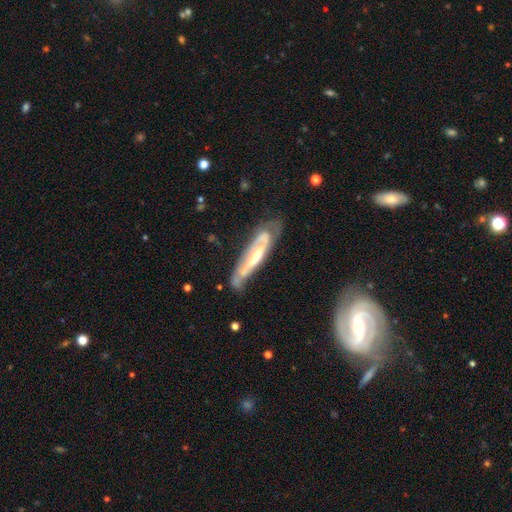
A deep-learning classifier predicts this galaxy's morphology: smooth_or_featured: featured or disk (p=0.76) [alt: smooth p=0.18]
disk_edge_on: no (p=0.67) [alt: yes p=0.33]
bar: no (p=0.36) [alt: weak p=0.32]
has_spiral_arms: yes (p=0.79) [alt: no p=0.21]
bulge_size: moderate (p=0.52) [alt: small p=0.34]
merging: none (p=0.61) [alt: minor disturbance p=0.24]